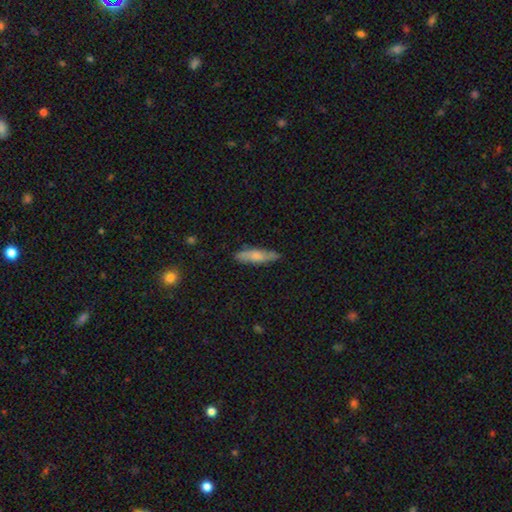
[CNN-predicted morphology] type=smooth (68%); roundness=cigar-shaped (69%); merging=none (78%).